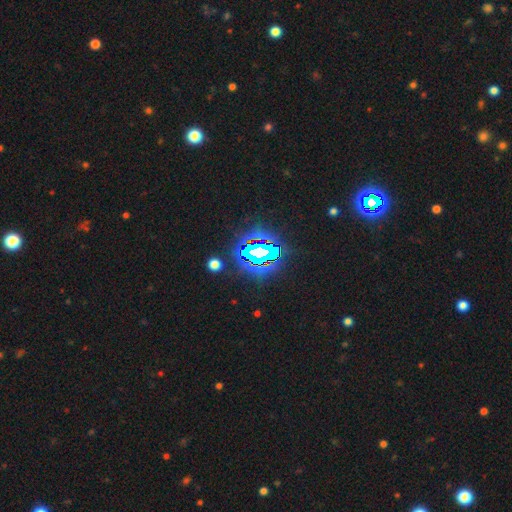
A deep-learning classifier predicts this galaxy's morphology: The model was most divided on "smooth or featured": star or artifact: 83%, smooth: 10%, featured or disk: 7%.